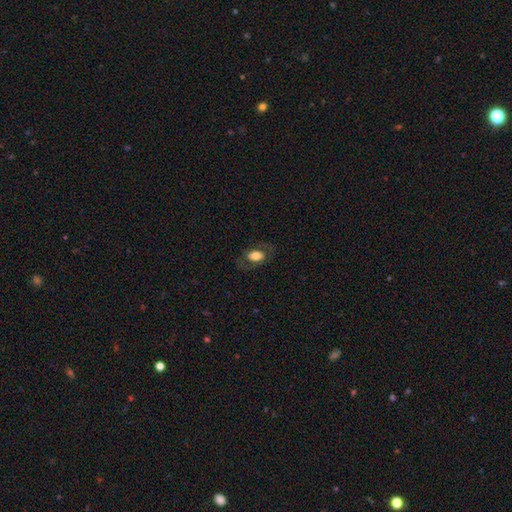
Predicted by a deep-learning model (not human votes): The model was most divided on "smooth or featured": smooth: 65%, featured or disk: 27%, star or artifact: 8%. More confident: how rounded — in between (85%); merging — none (74%).